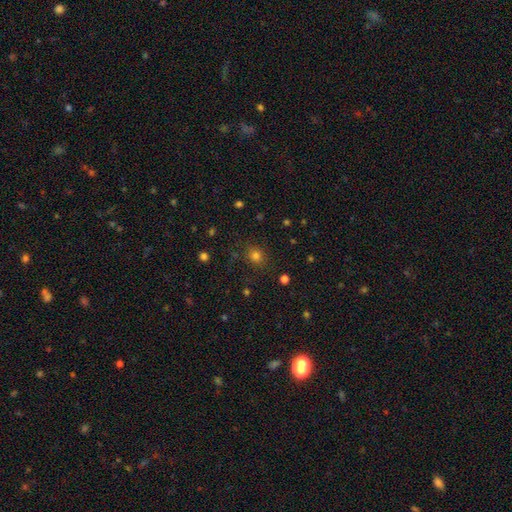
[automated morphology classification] Overall: smooth (75%). How rounded: round (78%). Merging: none (84%).